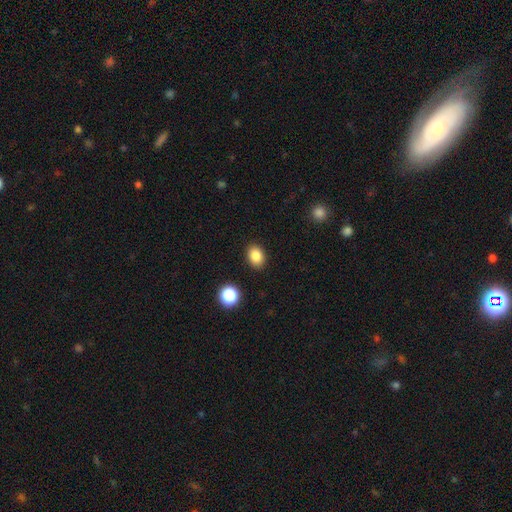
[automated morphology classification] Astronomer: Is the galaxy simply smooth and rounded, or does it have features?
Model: smooth — 85%.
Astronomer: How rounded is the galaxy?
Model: in between — 66%.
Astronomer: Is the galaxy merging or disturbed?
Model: none — 89%.